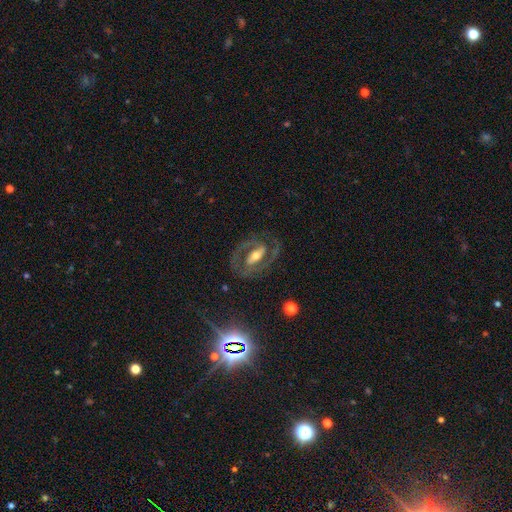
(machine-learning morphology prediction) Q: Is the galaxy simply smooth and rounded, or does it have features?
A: featured or disk — 83%.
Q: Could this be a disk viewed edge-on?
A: no — 93%.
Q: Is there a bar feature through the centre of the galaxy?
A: strong — 48%.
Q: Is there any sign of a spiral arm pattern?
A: yes — 82%.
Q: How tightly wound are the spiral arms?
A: medium — 48%.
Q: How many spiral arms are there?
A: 2 — 86%.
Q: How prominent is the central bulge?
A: moderate — 60%.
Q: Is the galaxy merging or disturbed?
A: none — 75%.